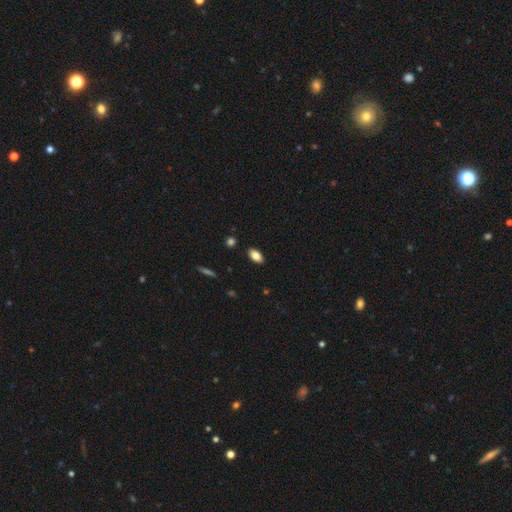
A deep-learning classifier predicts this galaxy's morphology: Overall: smooth (83%). How rounded: in between (91%). Merging: none (88%).